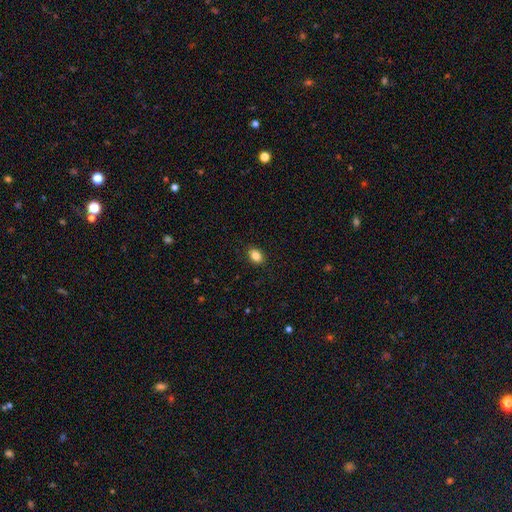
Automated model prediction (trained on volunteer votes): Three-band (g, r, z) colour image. It shows a smooth galaxy with no disk features (85%) that is in between round and cigar-shaped (78%). Merging: none (89%).